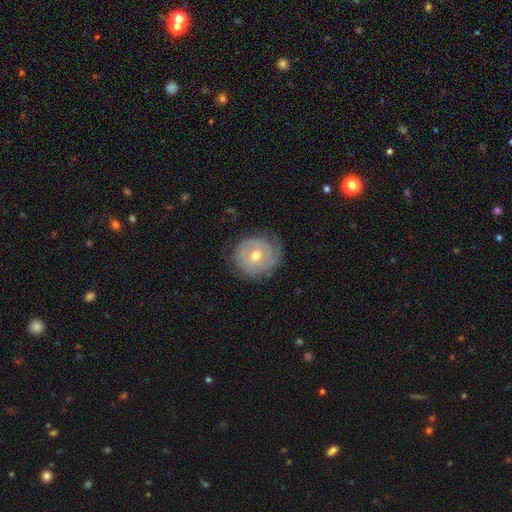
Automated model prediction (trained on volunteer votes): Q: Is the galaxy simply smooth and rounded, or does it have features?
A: featured or disk — 65%.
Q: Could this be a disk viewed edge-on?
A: no — 96%.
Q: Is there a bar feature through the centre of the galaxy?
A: no — 65%.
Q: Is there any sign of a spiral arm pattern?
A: yes — 75%.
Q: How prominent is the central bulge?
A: moderate — 72%.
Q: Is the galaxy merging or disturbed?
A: none — 70%.